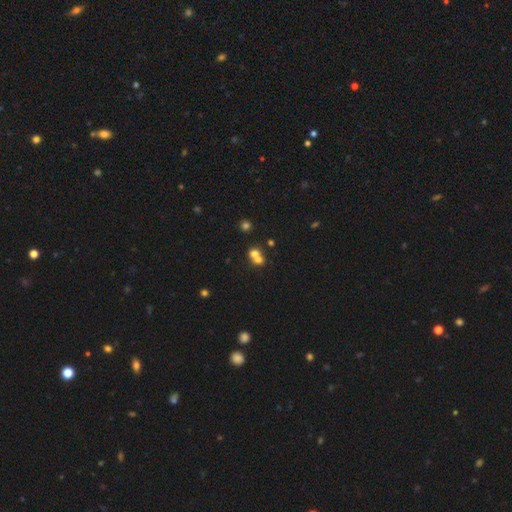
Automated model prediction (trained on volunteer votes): A smooth galaxy with no disk features (66%) that is round (74%).

Vote fractions:
- Smooth or featured? smooth: 66% / featured or disk: 17% / star or artifact: 17%
- How rounded? round: 74% / in between: 24% / cigar-shaped: 1%
- Merging? merger: 61% / none: 31% / minor disturbance: 5% / major disturbance: 3%